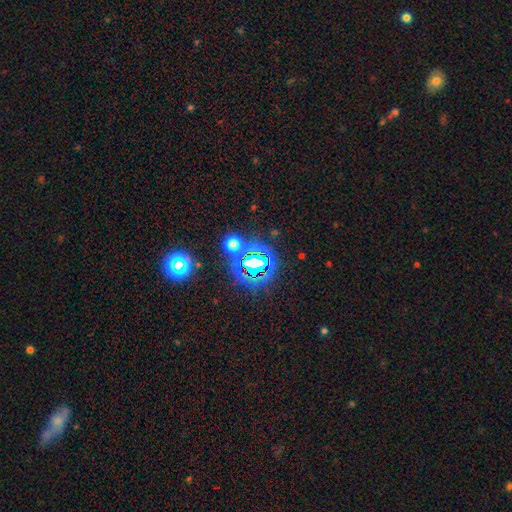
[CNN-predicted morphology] This is likely a star or artifact rather than a galaxy (77%).